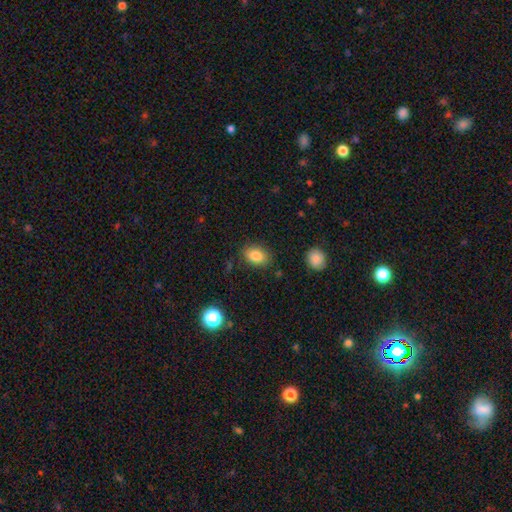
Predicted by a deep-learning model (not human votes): This is clearly a smooth galaxy (84%). How rounded: clearly in between (82%). Merging: clearly none (84%).